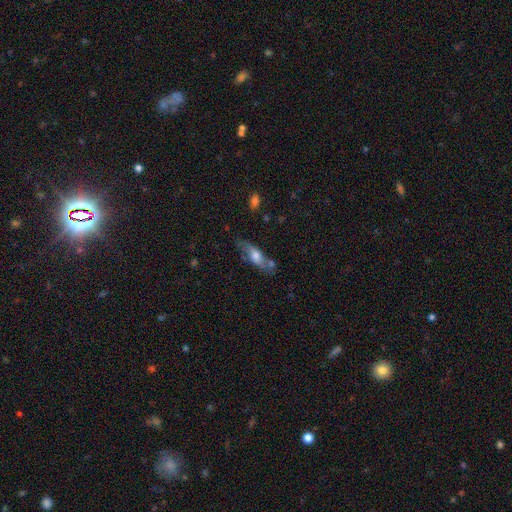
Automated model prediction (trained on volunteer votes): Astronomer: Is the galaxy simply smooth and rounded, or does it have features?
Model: smooth — 51% (runner-up: featured or disk, 41%).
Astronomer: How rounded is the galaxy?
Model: in between — 50% (runner-up: cigar-shaped, 47%).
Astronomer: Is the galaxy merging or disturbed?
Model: none — 60%.